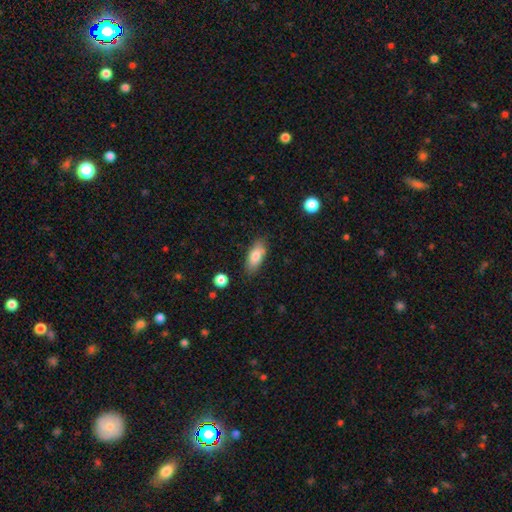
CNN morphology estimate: type=smooth (81%); roundness=in between (82%); merging=none (81%).